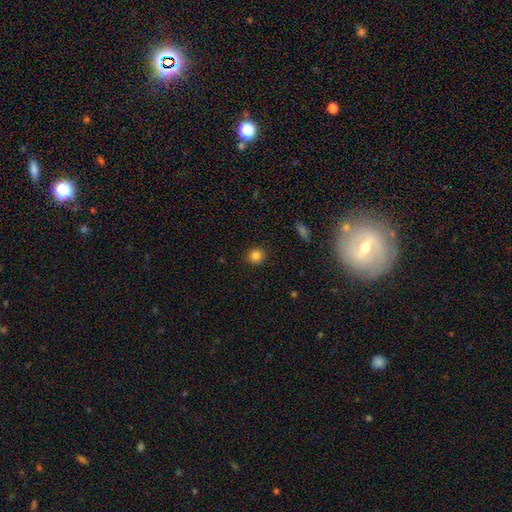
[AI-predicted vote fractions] This appears to be a smooth galaxy with no disk features (84%) that is round (91%). Merging: none (91%).